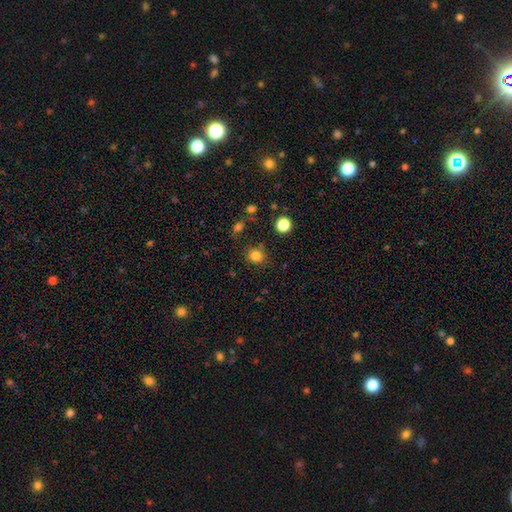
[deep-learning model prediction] Smooth or featured: smooth — 81% (star or artifact — 14%)
How rounded: round — 80% (in between — 19%)
Merging: none — 80% (minor disturbance — 12%)